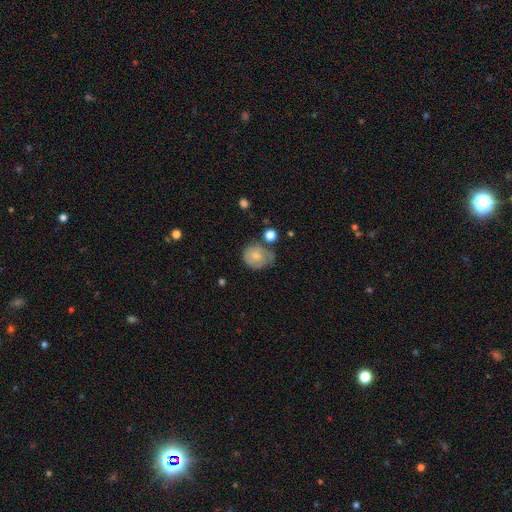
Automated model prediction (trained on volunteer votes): A smooth galaxy with no disk features (56%) that is round (78%).

Vote fractions:
- Smooth or featured? smooth: 56% / featured or disk: 36% / star or artifact: 8%
- How rounded? round: 78% / in between: 21% / cigar-shaped: 1%
- Merging? none: 49% / minor disturbance: 30% / major disturbance: 12% / merger: 8%